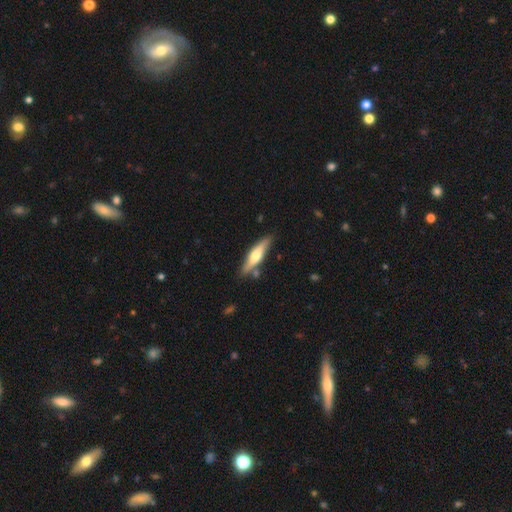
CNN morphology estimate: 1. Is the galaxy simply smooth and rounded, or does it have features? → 50% featured or disk, 45% smooth, 5% star or artifact.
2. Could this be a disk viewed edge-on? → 91% yes, 9% no.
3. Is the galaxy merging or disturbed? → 80% none, 13% minor disturbance, 5% merger, 3% major disturbance.